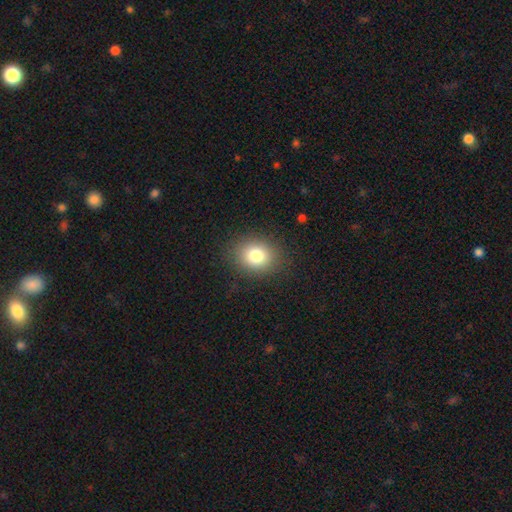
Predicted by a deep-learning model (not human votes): Smooth or featured? smooth (80%)
How rounded? round (59%)
Merging? none (87%)